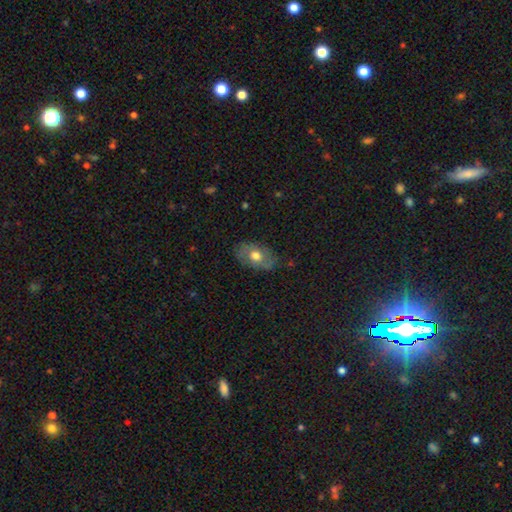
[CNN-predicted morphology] This is possibly a smooth galaxy (58%). How rounded: clearly in between (85%). Merging: likely none (75%).